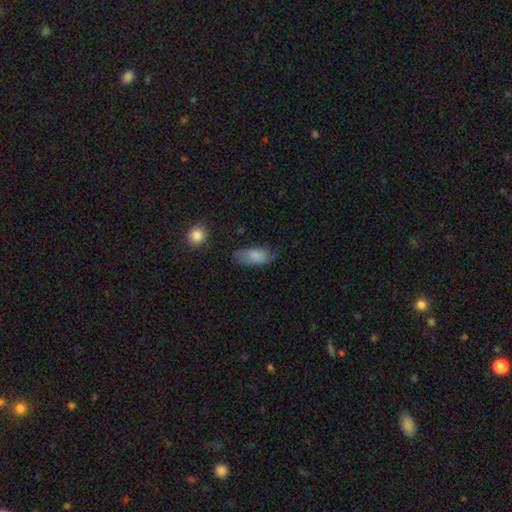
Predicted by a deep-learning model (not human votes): Q: Smooth or featured?
A: smooth (82%); runner-up: featured or disk (11%)
Q: How rounded?
A: in between (90%); runner-up: cigar-shaped (6%)
Q: Merging?
A: none (59%); runner-up: minor disturbance (30%)